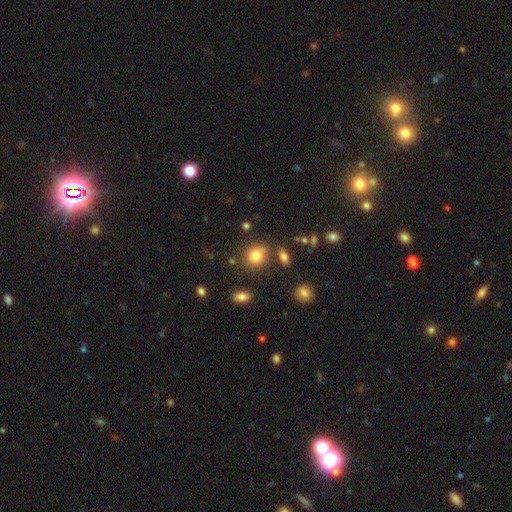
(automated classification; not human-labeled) The model was most divided on "how rounded": round: 65%, in between: 33%, cigar-shaped: 1%. More confident: smooth or featured — smooth (81%); merging — none (69%).